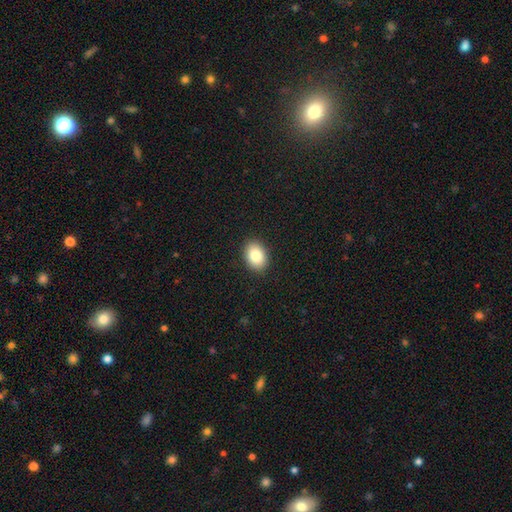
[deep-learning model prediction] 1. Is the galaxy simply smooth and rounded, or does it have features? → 84% smooth, 8% featured or disk, 8% star or artifact.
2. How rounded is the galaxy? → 82% in between, 17% round, 1% cigar-shaped.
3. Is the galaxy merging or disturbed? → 90% none, 7% minor disturbance, 2% major disturbance, 1% merger.